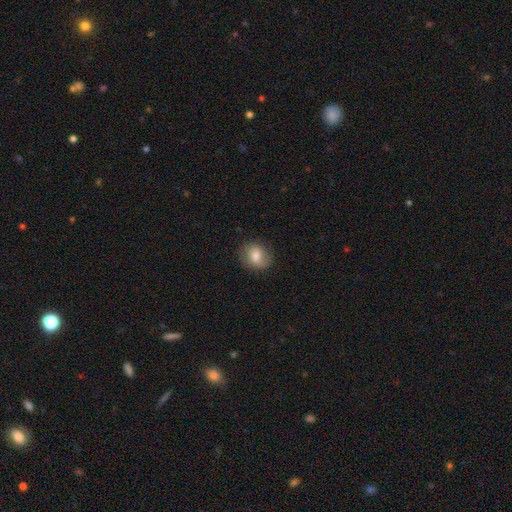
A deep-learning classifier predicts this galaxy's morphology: Smooth or featured? smooth (69%)
How rounded? round (59%)
Merging? none (81%)